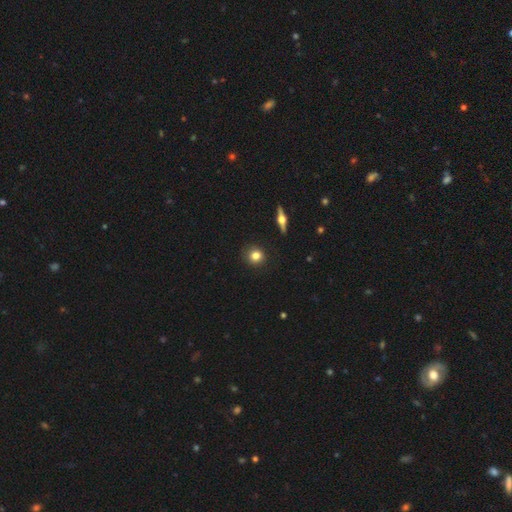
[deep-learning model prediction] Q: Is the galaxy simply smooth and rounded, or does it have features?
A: smooth — 79%.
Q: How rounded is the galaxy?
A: round — 91%.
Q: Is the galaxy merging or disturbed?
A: none — 90%.